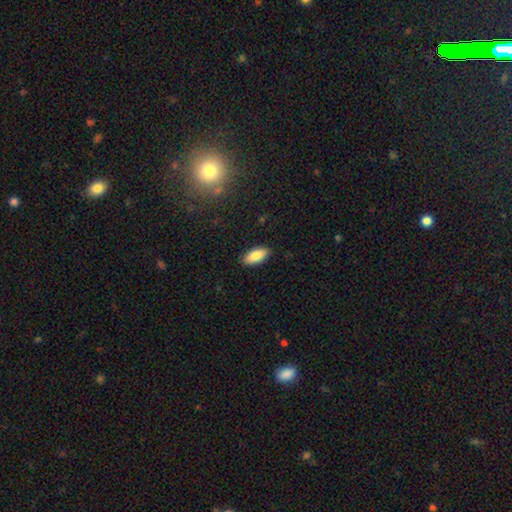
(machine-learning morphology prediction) The model was most divided on "smooth or featured": smooth: 84%, featured or disk: 10%, star or artifact: 7%. More confident: merging — none (89%); how rounded — in between (87%).